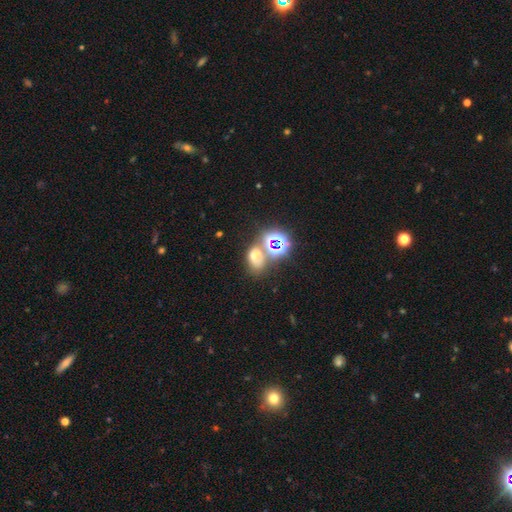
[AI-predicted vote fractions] smooth-or-featured: smooth: 47% | star or artifact: 38% | featured or disk: 15%
  merging: none: 38% (tied) | merger: 38% (tied) | minor disturbance: 14% | major disturbance: 11%